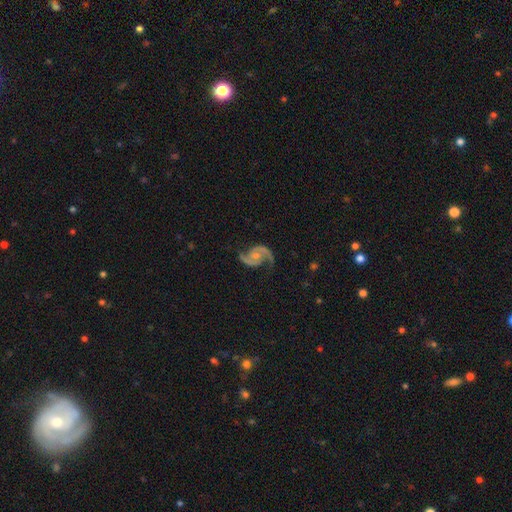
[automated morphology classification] A featured or disk galaxy (92%) with no bar (65%), 2 (94%) medium (56%) spiral arms (98%) and a small central bulge (46%).

Vote fractions:
- Smooth or featured? featured or disk: 92% / star or artifact: 4% / smooth: 4%
- Edge-on disk? no: 98% / yes: 2%
- Bar? no: 65% / weak: 29% / strong: 6%
- Spiral arms? yes: 98% / no: 2%
- Spiral winding? medium: 56% / loose: 29% / tight: 15%
- Spiral arm count? 2: 94% / can't tell: 2% / 1: 1% / 3: 1% / 4: 1% / more than 4: 1%
- Bulge size? small: 46% / moderate: 44% / none: 7% / large: 3% / dominant: 1%
- Merging? none: 75% / minor disturbance: 16% / major disturbance: 7% / merger: 2%